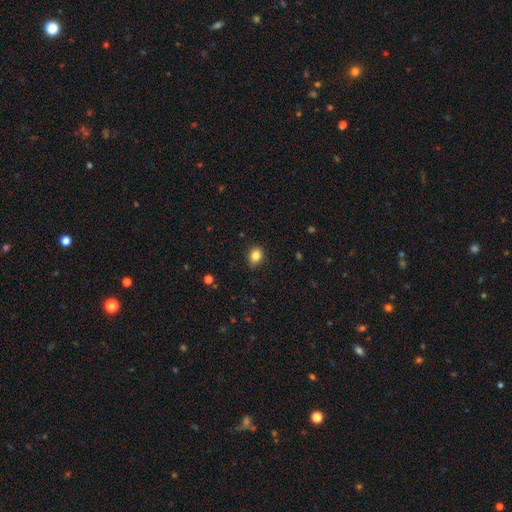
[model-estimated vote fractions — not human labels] smooth 84%, star or artifact 11%, featured or disk 6%. Down the decision tree: how rounded — round (54%); merging — none (84%).